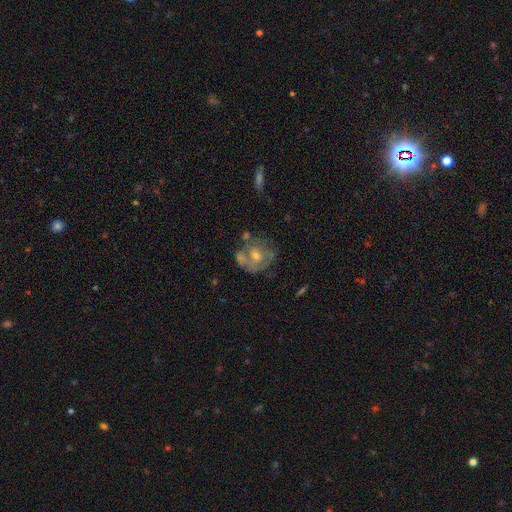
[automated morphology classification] Smooth or featured: featured or disk — 59% (smooth — 30%)
Edge-on disk: no — 96% (yes — 4%)
Bar: no — 81% (weak — 16%)
Spiral arms: no — 53% (yes — 47%)
Bulge size: moderate — 54% (small — 41%)
Merging: none — 53% (minor disturbance — 20%)